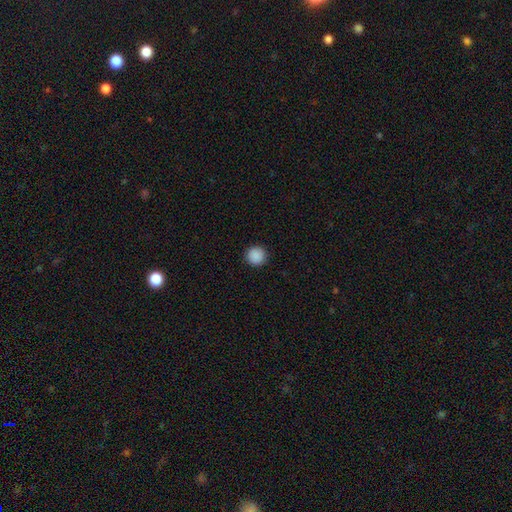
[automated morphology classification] Smooth or featured? Predicted: smooth (p=0.89). How rounded? Predicted: round (p=0.96). Merging? Predicted: none (p=0.93).